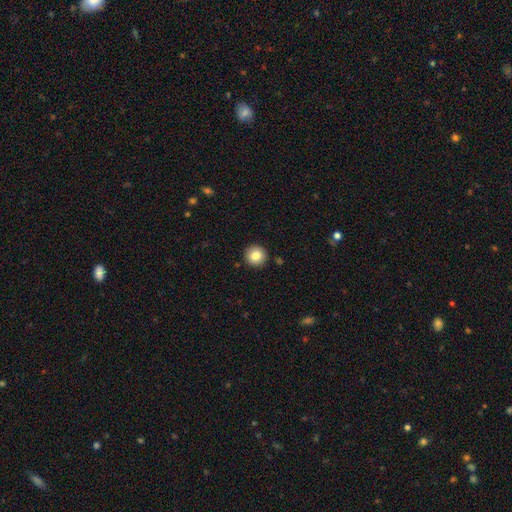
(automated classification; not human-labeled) Smooth or featured? Predicted: smooth (p=0.83). How rounded? Predicted: round (p=0.95). Merging? Predicted: none (p=0.92).